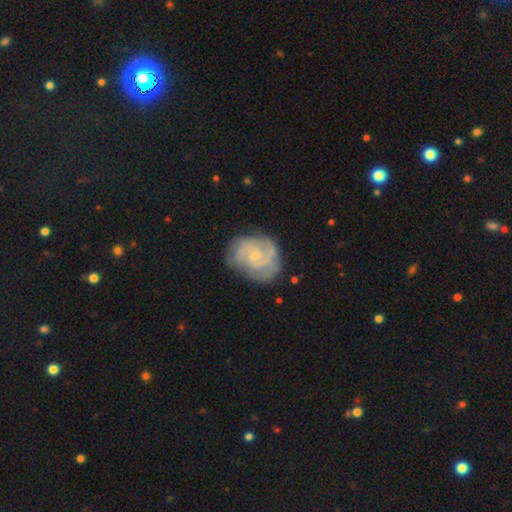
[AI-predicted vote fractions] This is clearly a featured or disk galaxy (80%). It is clearly not viewed edge-on (98%). Bar: likely no (74%). Spiral arm pattern: clearly yes (94%). Spiral arm count: marginally 2 (28%, tied with 3). Spiral winding: possibly tight (58%). Central bulge: likely small (79%). Merging: likely none (70%).